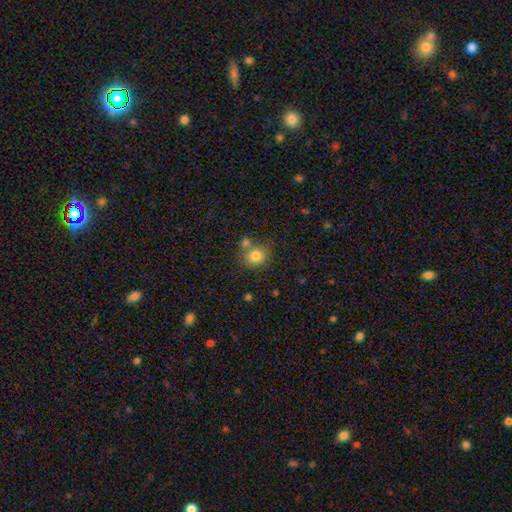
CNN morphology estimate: Q: Smooth or featured?
A: smooth (80%); runner-up: star or artifact (11%)
Q: How rounded?
A: round (82%); runner-up: in between (17%)
Q: Merging?
A: none (60%); runner-up: merger (23%)